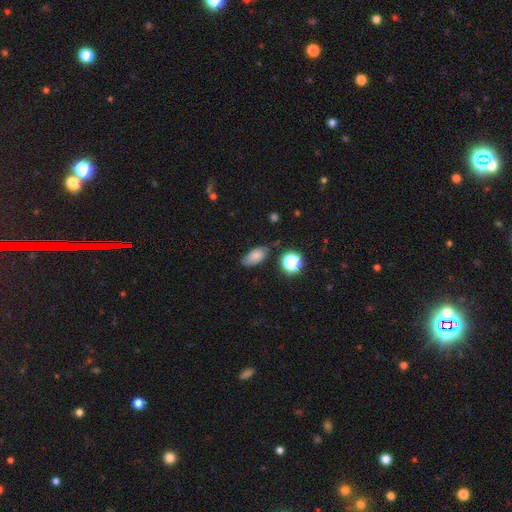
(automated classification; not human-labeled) Overall: smooth (79%). How rounded: in between (88%). Merging: none (70%).